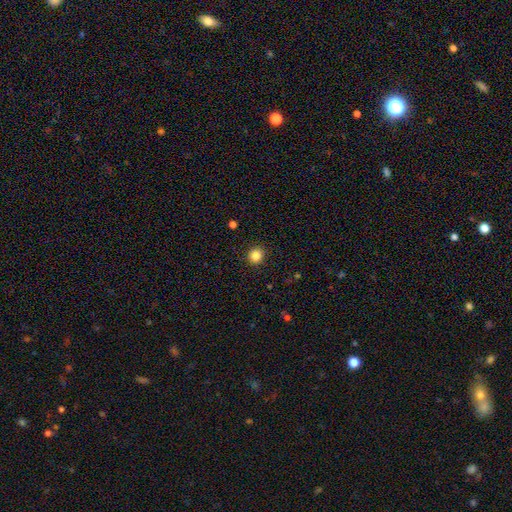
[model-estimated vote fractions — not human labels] This appears to be a smooth galaxy with no disk features (84%) that is round (89%). Merging: none (92%).